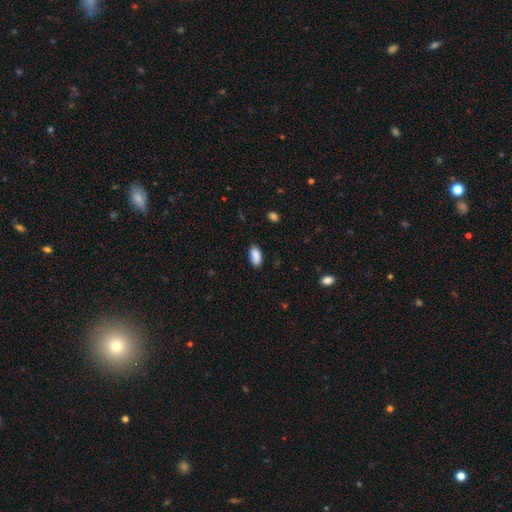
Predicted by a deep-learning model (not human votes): smooth-or-featured: smooth: 89% | star or artifact: 7% | featured or disk: 4%
  how-rounded: in between: 93% | cigar-shaped: 4% | round: 3%
  merging: none: 81% | minor disturbance: 15% | major disturbance: 3% | merger: 1%